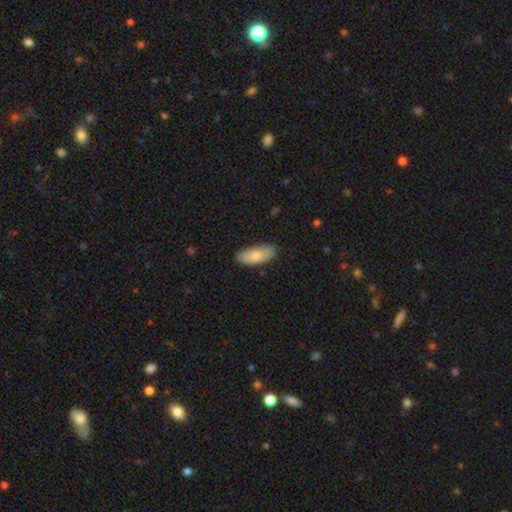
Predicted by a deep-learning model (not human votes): This appears to be a smooth galaxy with no disk features (74%) that is in between round and cigar-shaped (87%). Merging: none (81%).